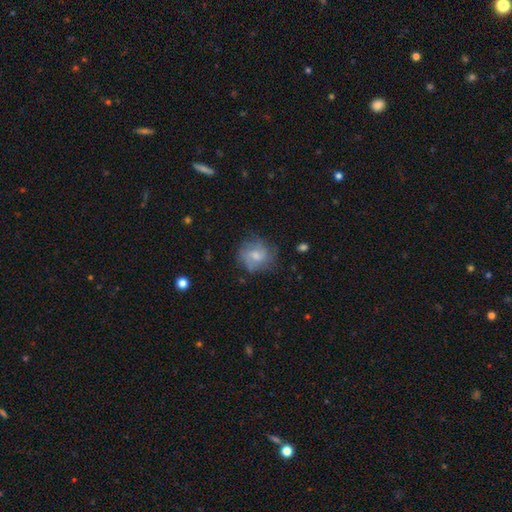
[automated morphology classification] smooth-or-featured: smooth: 47% | featured or disk: 44% | star or artifact: 8%
  merging: none: 66% | minor disturbance: 22% | major disturbance: 11% | merger: 2%